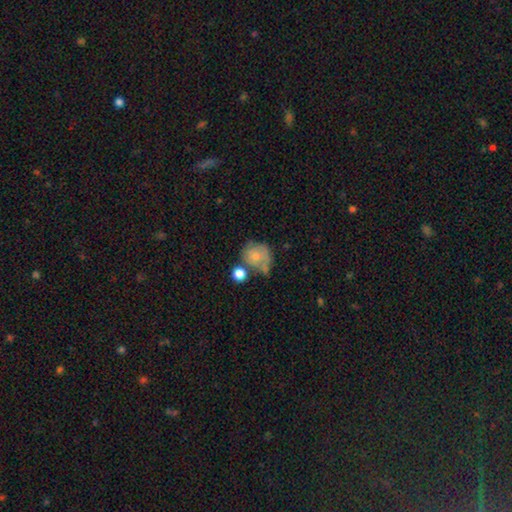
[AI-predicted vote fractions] This appears to be a smooth galaxy with no disk features (62%) that is round (78%). Merging: none (36%).